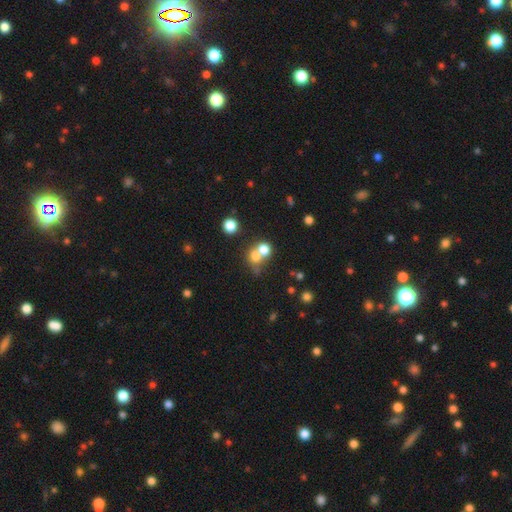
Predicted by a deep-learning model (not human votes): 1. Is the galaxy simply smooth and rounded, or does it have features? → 70% smooth, 16% star or artifact, 14% featured or disk.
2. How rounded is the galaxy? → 75% round, 23% in between, 1% cigar-shaped.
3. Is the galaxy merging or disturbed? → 53% merger, 36% none, 7% minor disturbance, 5% major disturbance.